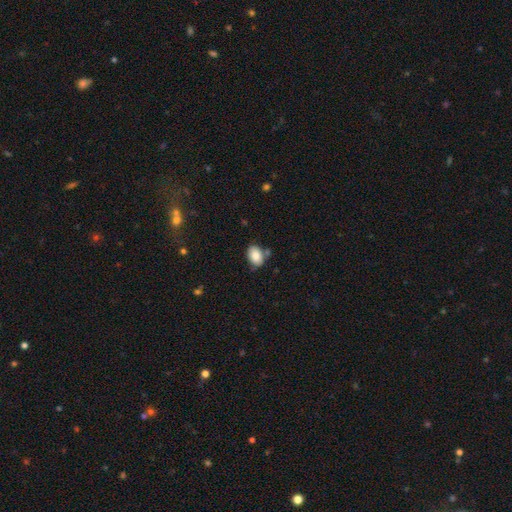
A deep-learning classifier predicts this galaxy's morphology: Overall: smooth (85%). How rounded: in between (83%). Merging: none (68%).